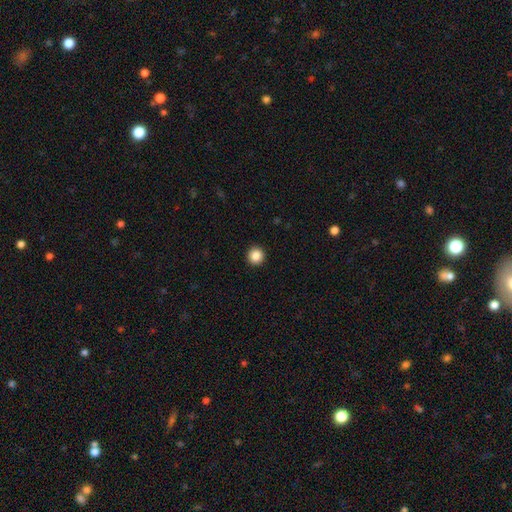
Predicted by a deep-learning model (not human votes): Smooth or featured: smooth — 86% (star or artifact — 10%)
How rounded: round — 96% (in between — 3%)
Merging: none — 94% (minor disturbance — 4%)